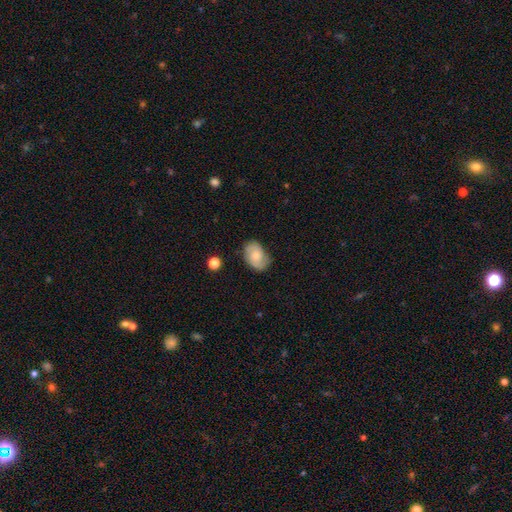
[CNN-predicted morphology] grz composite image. It shows a smooth galaxy with no disk features (57%) that is in between round and cigar-shaped (82%). Merging: none (69%).